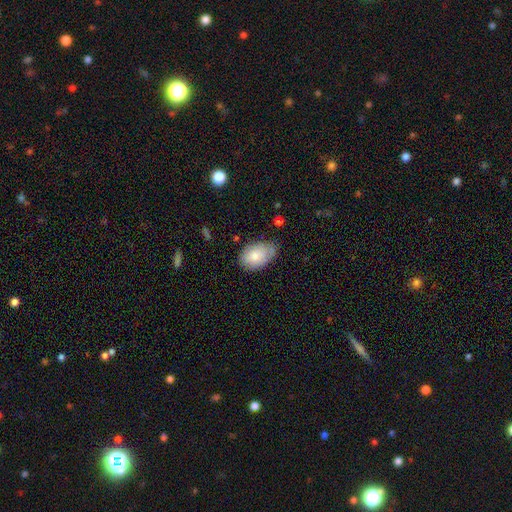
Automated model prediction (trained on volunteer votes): Smooth or featured?
  - smooth: 80% *
  - featured or disk: 14%
  - star or artifact: 7%
How rounded?
  - in between: 89% *
  - round: 10%
  - cigar-shaped: 1%
Merging?
  - none: 60% *
  - minor disturbance: 32%
  - major disturbance: 6%
  - merger: 3%